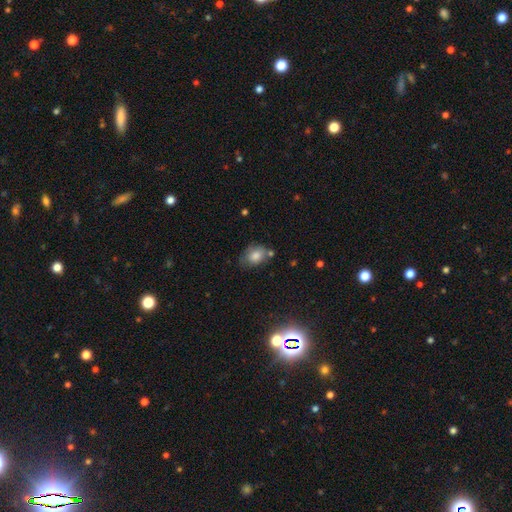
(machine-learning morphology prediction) This appears to be a smooth galaxy with no disk features (79%) that is in between round and cigar-shaped (72%). Merging: none (58%).